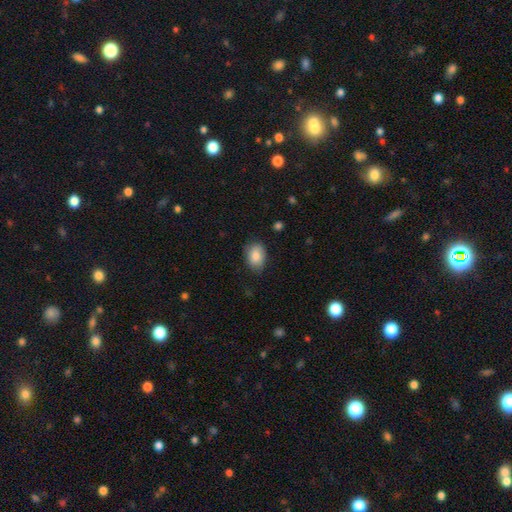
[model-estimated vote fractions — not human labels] smooth 84%, featured or disk 9%, star or artifact 7%. Down the decision tree: how rounded — in between (81%); merging — none (78%).